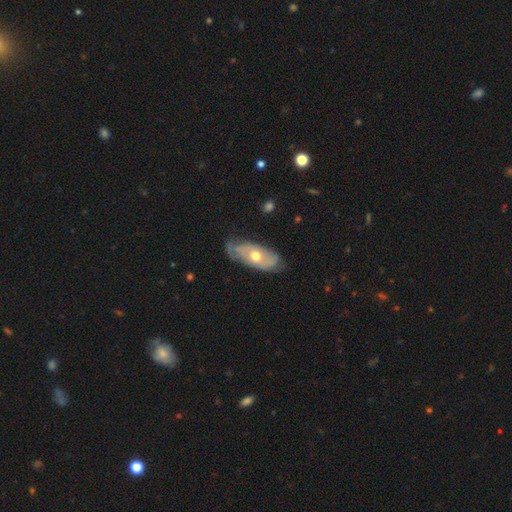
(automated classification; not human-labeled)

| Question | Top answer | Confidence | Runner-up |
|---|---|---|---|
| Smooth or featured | featured or disk | 67% | smooth (27%) |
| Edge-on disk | no | 84% | yes (16%) |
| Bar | no | 83% | weak (14%) |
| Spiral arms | yes | 63% | no (37%) |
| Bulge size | moderate | 76% | small (17%) |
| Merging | none | 70% | minor disturbance (24%) |